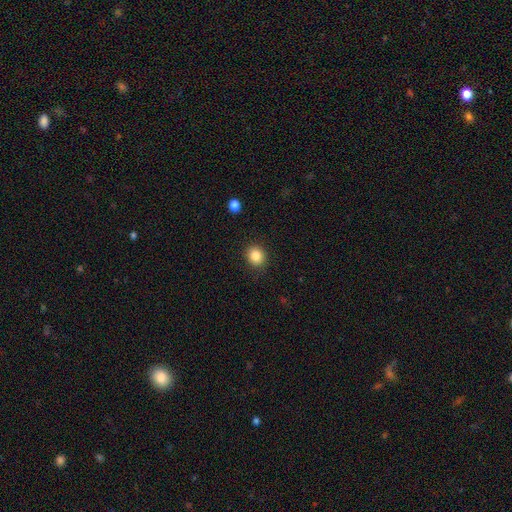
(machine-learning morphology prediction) Smooth or featured: smooth — 85% (star or artifact — 10%)
How rounded: round — 76% (in between — 23%)
Merging: none — 89% (minor disturbance — 7%)